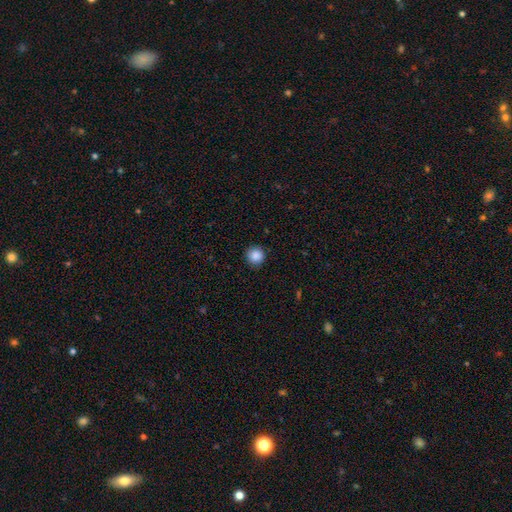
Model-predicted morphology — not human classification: This appears to be a smooth galaxy with no disk features (88%) that is round (95%). Merging: none (90%).